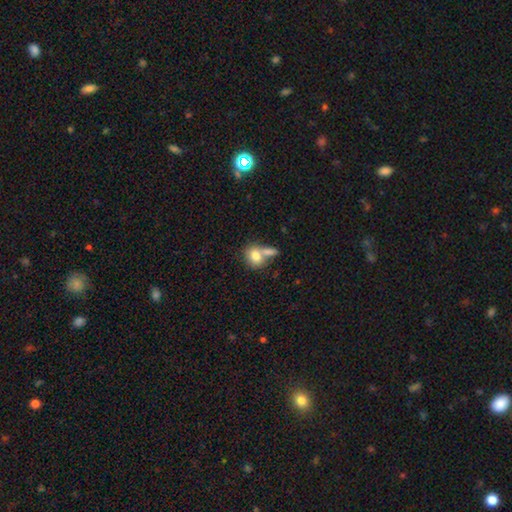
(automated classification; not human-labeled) This appears to be a smooth galaxy with no disk features (79%) that is in between round and cigar-shaped (54%). Merging: merger (48%).